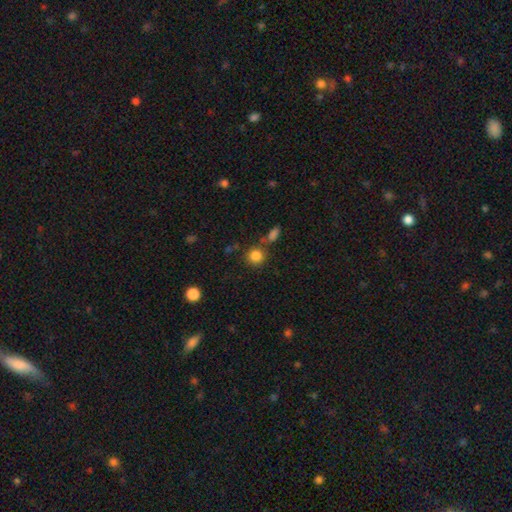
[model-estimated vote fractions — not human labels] smooth 84%, star or artifact 11%, featured or disk 5%. Down the decision tree: how rounded — round (89%); merging — none (74%).